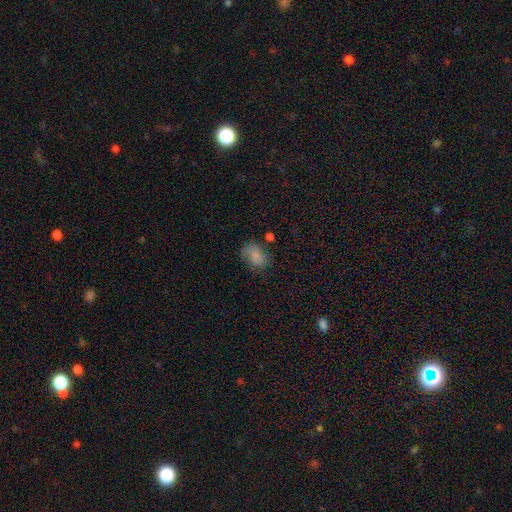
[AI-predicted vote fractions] A smooth galaxy with no disk features (78%) that is in between round and cigar-shaped (77%). Merging: none (61%).